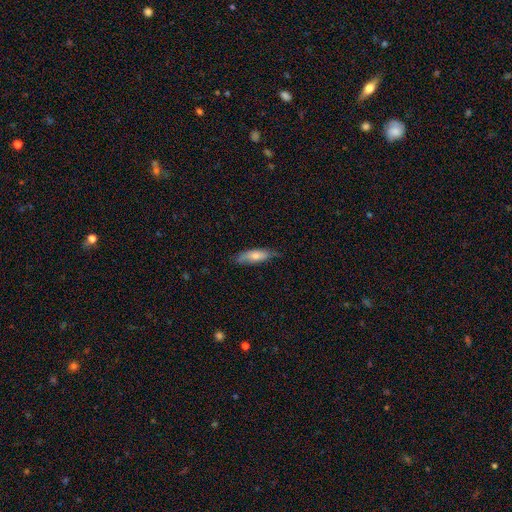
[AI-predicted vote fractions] Overall: smooth (68%). How rounded: in between (58%; cigar-shaped 40%). Merging: none (69%).